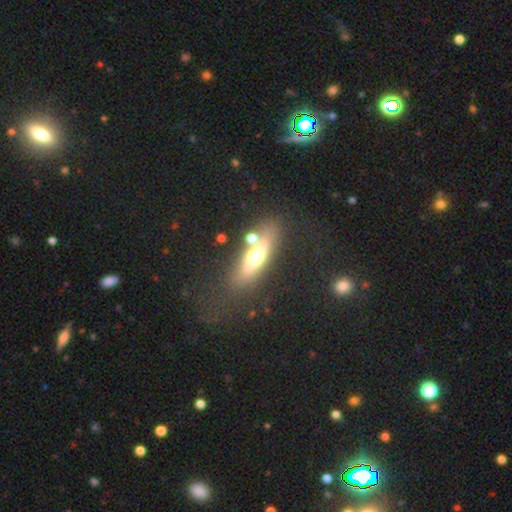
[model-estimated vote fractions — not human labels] smooth 48%, featured or disk 42%, star or artifact 10%. Down the decision tree: merging — none (70%).